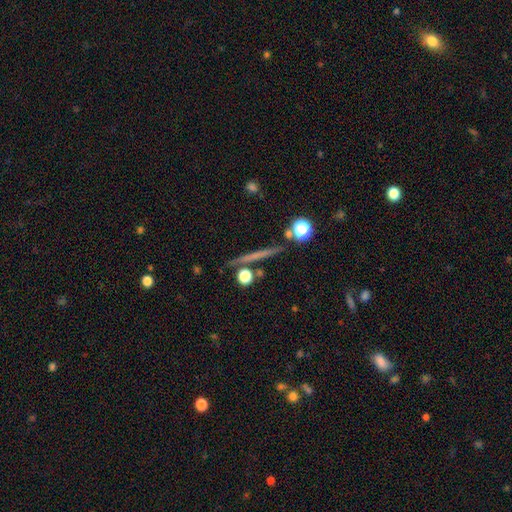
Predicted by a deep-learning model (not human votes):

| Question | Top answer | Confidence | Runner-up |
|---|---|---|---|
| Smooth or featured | featured or disk | 49% | smooth (39%) |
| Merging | none | 86% | minor disturbance (7%) |